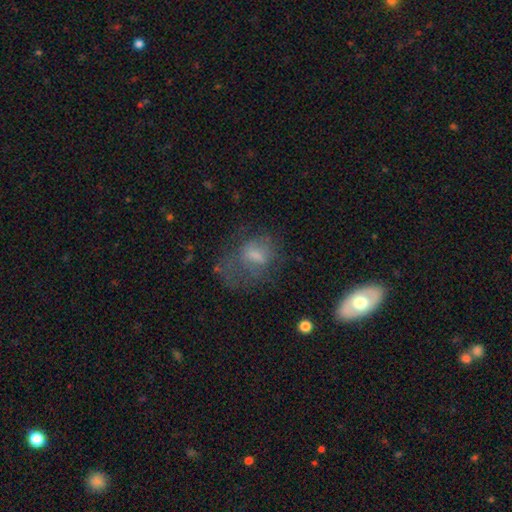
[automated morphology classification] smooth 49%, featured or disk 37%, star or artifact 13%. Down the decision tree: merging — major disturbance (42%).